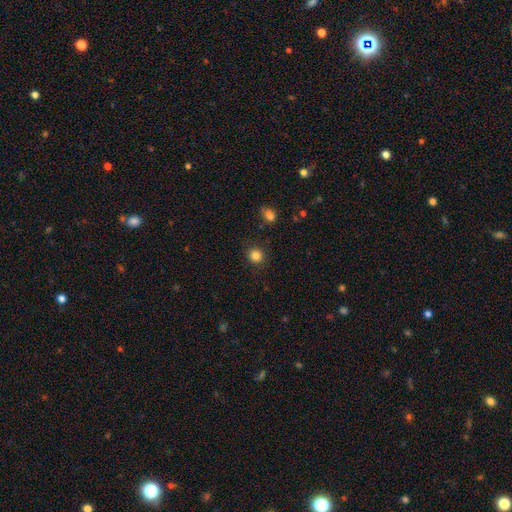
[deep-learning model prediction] Smooth or featured?
  - smooth: 83% *
  - star or artifact: 12%
  - featured or disk: 4%
How rounded?
  - round: 92% *
  - in between: 7%
  - cigar-shaped: 1%
Merging?
  - none: 89% *
  - minor disturbance: 7%
  - major disturbance: 3%
  - merger: 2%